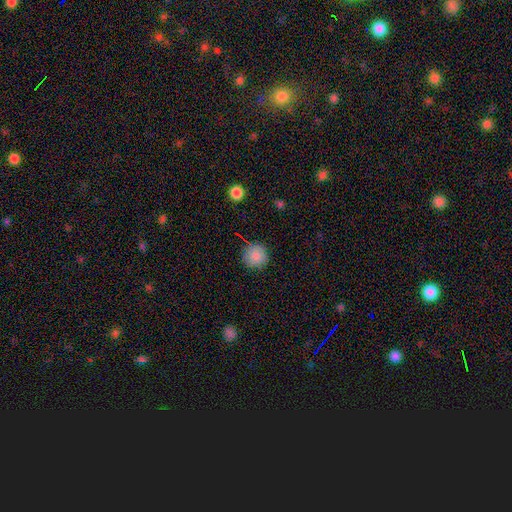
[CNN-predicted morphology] A smooth galaxy with no disk features (86%) that is round (94%).

Vote fractions:
- Smooth or featured? smooth: 86% / star or artifact: 9% / featured or disk: 5%
- How rounded? round: 94% / in between: 5% / cigar-shaped: 1%
- Merging? none: 88% / minor disturbance: 9% / major disturbance: 2% / merger: 1%